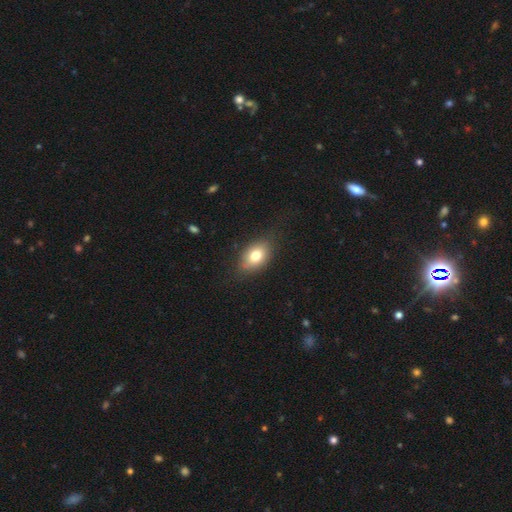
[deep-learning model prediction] A smooth galaxy with no disk features (76%) that is in between round and cigar-shaped (85%).

Vote fractions:
- Smooth or featured? smooth: 76% / featured or disk: 15% / star or artifact: 9%
- How rounded? in between: 85% / round: 13% / cigar-shaped: 2%
- Merging? none: 76% / minor disturbance: 18% / major disturbance: 5% / merger: 1%